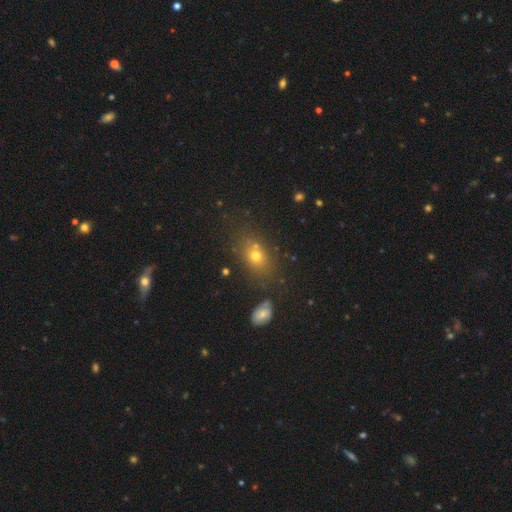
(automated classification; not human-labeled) This is likely a smooth galaxy (67%). How rounded: likely in between (64%). Merging: likely none (68%).